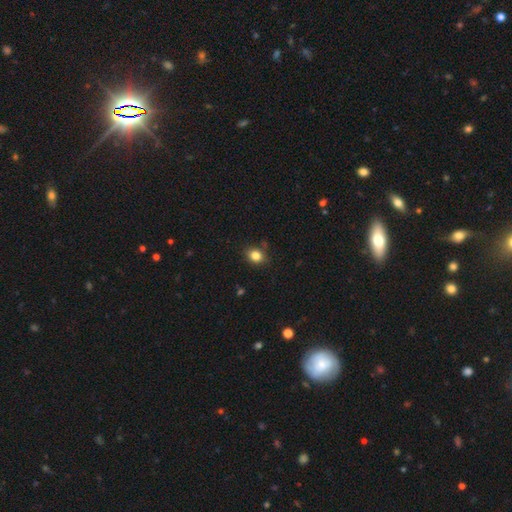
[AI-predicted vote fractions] This appears to be a smooth galaxy with no disk features (84%) that is in between round and cigar-shaped (51%). Merging: none (82%).